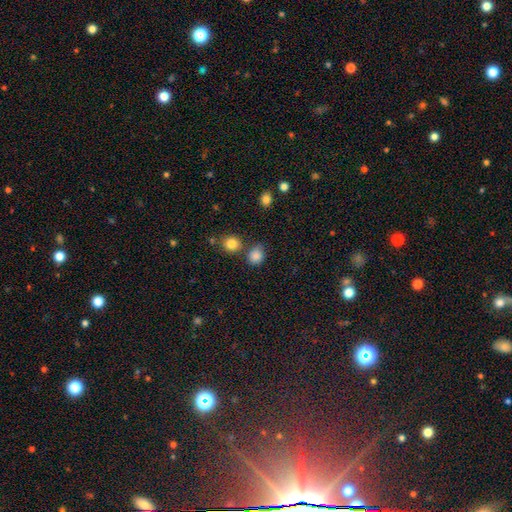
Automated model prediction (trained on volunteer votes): smooth_or_featured: smooth (p=0.84) [alt: star or artifact p=0.11]
how_rounded: round (p=0.70) [alt: in between p=0.29]
merging: none (p=0.67) [alt: minor disturbance p=0.15]